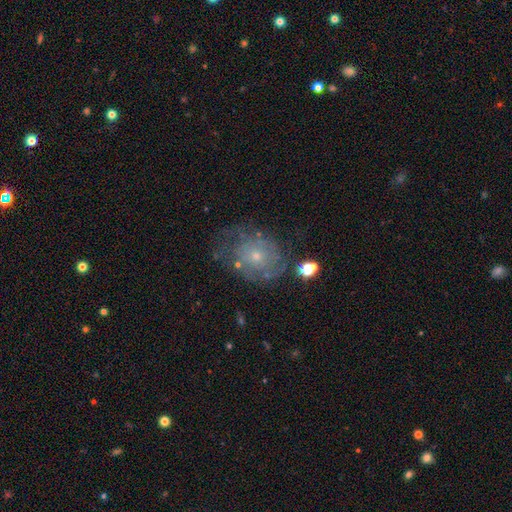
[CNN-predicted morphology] The model was most divided on "merging": none: 58%, minor disturbance: 22%, major disturbance: 16%, merger: 4%. More confident: edge-on disk — no (97%); bar — no (86%); bulge size — small (72%); spiral arms — yes (71%); smooth or featured — featured or disk (62%).